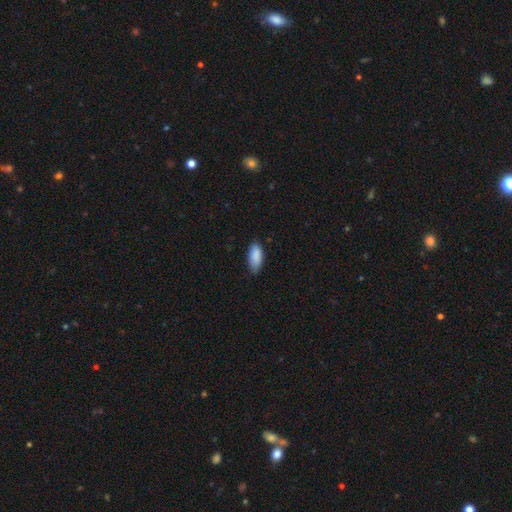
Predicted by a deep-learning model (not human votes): This appears to be a smooth galaxy with no disk features (89%) that is in between round and cigar-shaped (86%). Merging: none (75%).